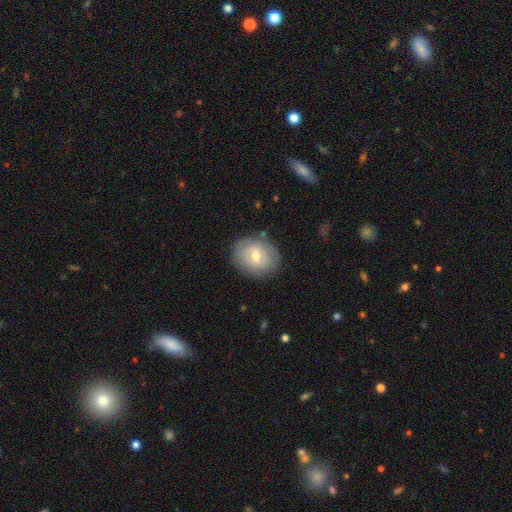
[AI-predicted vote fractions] Smooth or featured? smooth (50%)
Merging? none (82%)